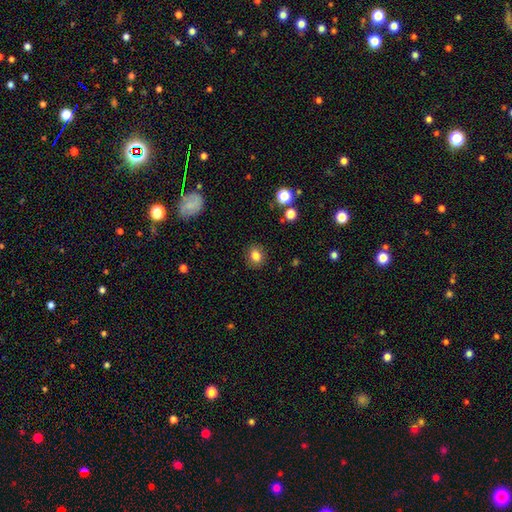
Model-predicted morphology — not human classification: This appears to be a smooth galaxy with no disk features (83%) that is round (62%). Merging: none (88%).